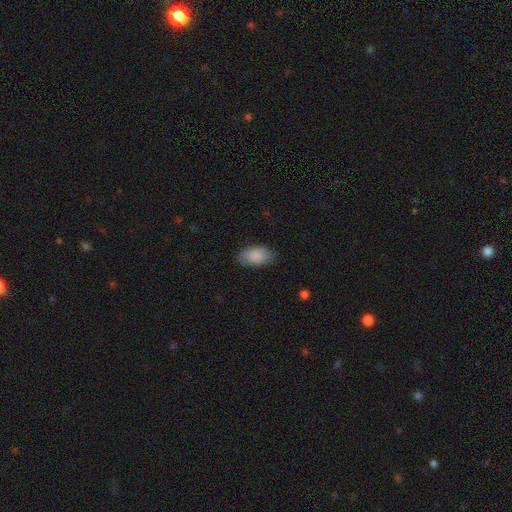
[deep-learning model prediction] This is clearly a smooth galaxy (88%). How rounded: clearly in between (94%). Merging: clearly none (82%).